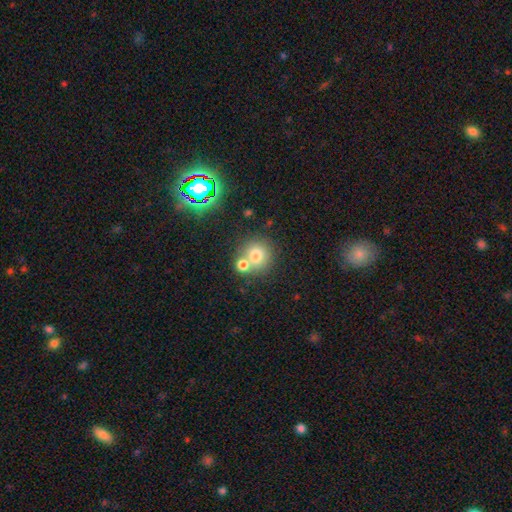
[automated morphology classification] smooth_or_featured: smooth (p=0.74) [alt: star or artifact p=0.13]
how_rounded: round (p=0.88) [alt: in between p=0.11]
merging: none (p=0.54) [alt: merger p=0.34]